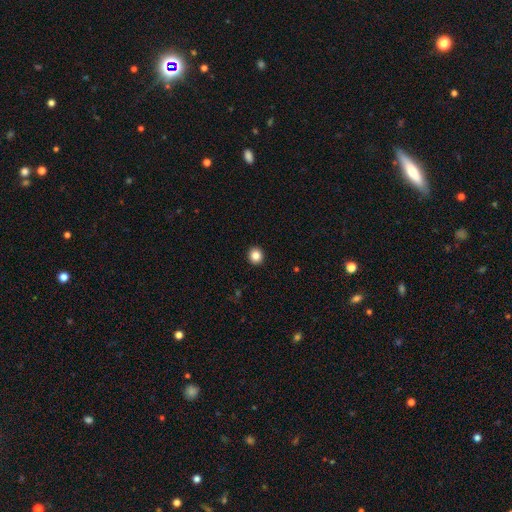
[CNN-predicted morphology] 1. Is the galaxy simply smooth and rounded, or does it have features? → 85% smooth, 10% star or artifact, 5% featured or disk.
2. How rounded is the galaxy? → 88% round, 11% in between, 1% cigar-shaped.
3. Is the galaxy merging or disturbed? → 93% none, 4% minor disturbance, 1% major disturbance, 1% merger.